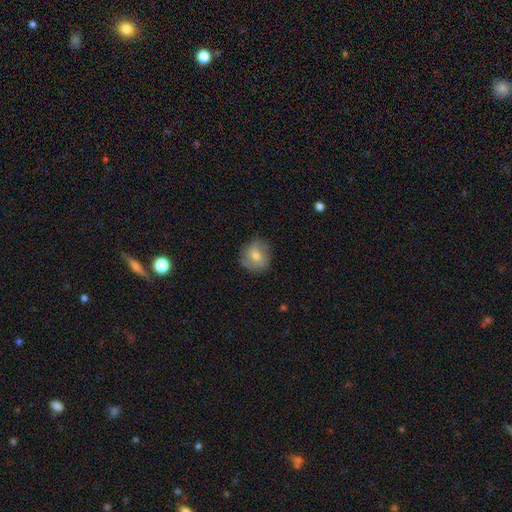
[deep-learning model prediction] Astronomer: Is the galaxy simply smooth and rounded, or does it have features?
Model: smooth — 65%.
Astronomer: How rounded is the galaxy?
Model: round — 82%.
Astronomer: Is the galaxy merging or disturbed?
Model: none — 80%.